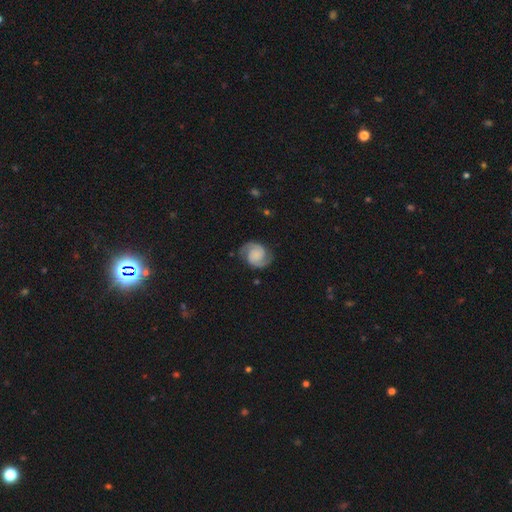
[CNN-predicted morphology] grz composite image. It shows a featured or disk galaxy (81%) with no bar (63%), 2 (93%) medium (50%) spiral arms (97%) and no central bulge (55%). Merging: none (79%).